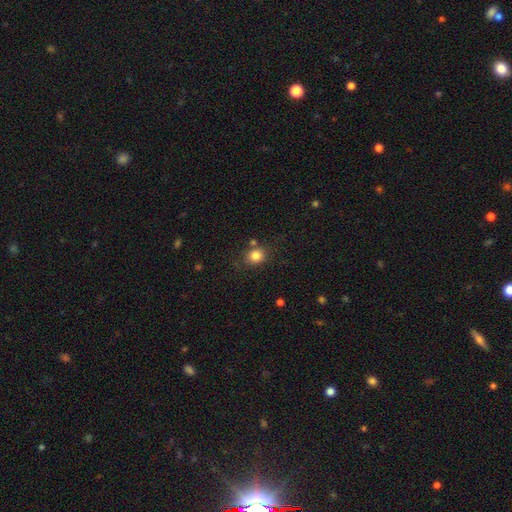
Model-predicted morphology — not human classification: This appears to be a smooth galaxy with no disk features (82%) that is round (72%). Merging: none (75%).